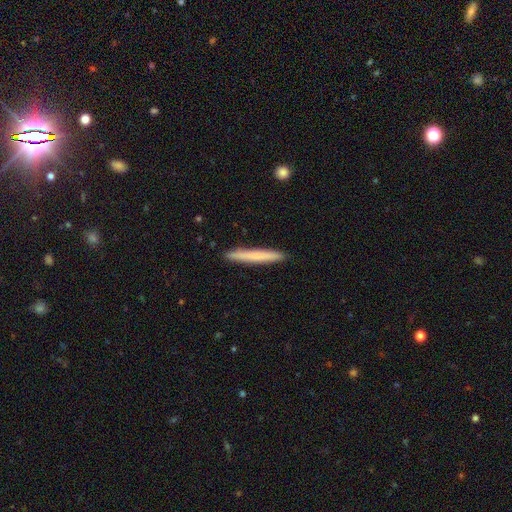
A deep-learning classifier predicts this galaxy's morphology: Smooth or featured? Predicted: smooth (p=0.71). How rounded? Predicted: cigar-shaped (p=0.97). Merging? Predicted: none (p=0.92).